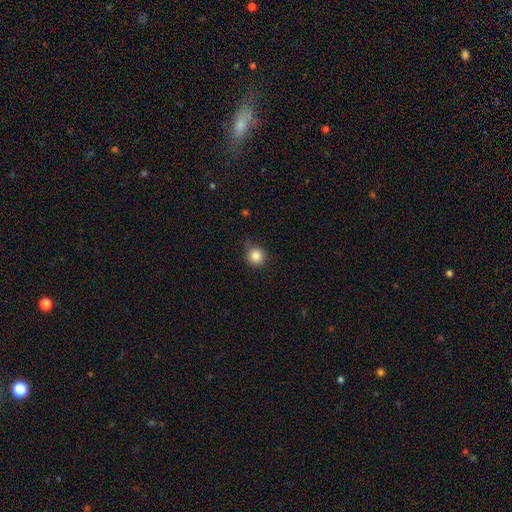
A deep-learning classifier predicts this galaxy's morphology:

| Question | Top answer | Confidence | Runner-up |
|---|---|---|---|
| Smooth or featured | smooth | 85% | star or artifact (11%) |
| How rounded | round | 93% | in between (6%) |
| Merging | none | 78% | minor disturbance (17%) |